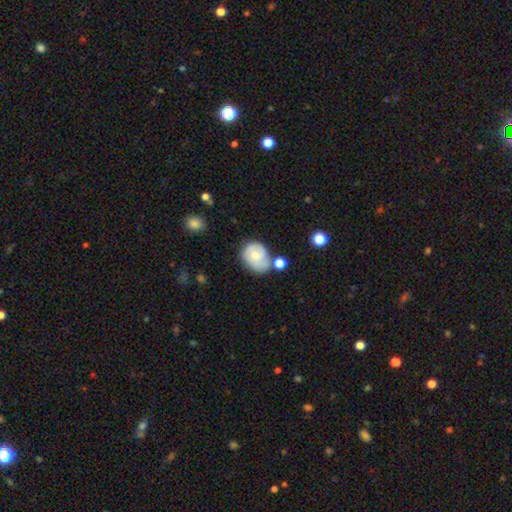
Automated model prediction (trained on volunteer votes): Smooth or featured: smooth — 62% (featured or disk — 30%)
How rounded: in between — 51% (round — 48%)
Merging: none — 49% (minor disturbance — 27%)